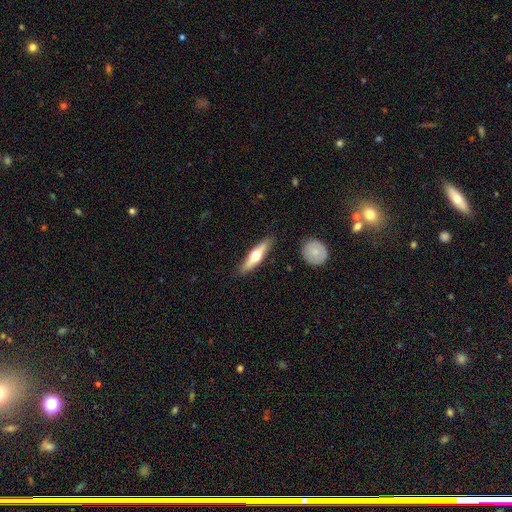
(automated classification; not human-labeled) A featured or disk galaxy (53%) viewed edge-on (93%).

Vote fractions:
- Smooth or featured? featured or disk: 53% / smooth: 42% / star or artifact: 5%
- Edge-on disk? yes: 93% / no: 7%
- Merging? none: 87% / minor disturbance: 9% / major disturbance: 2% / merger: 2%